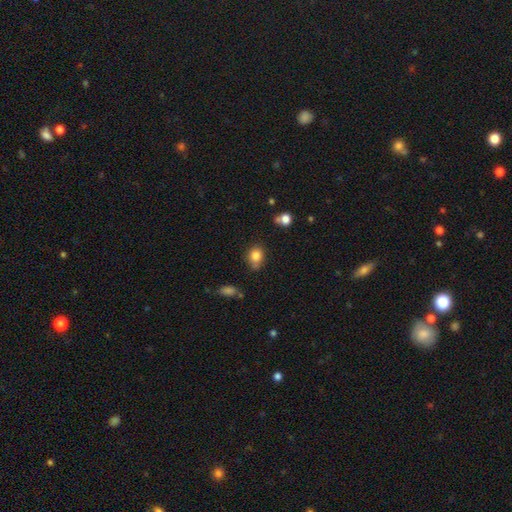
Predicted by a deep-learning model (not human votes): The model was most divided on "how rounded": in between: 57%, round: 41%, cigar-shaped: 1%. More confident: smooth or featured — smooth (82%); merging — none (62%).